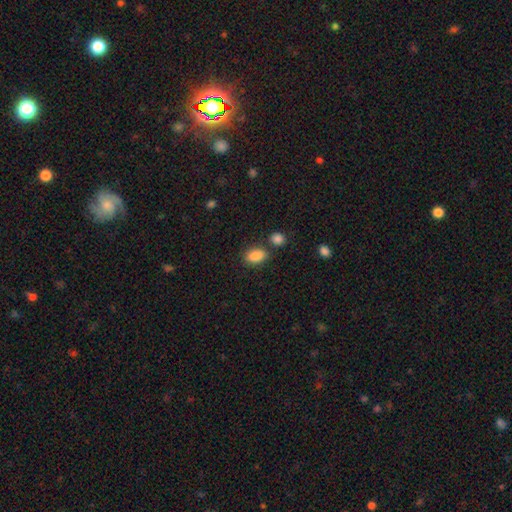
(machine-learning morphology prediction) type=smooth (87%); roundness=in between (88%); merging=none (73%).